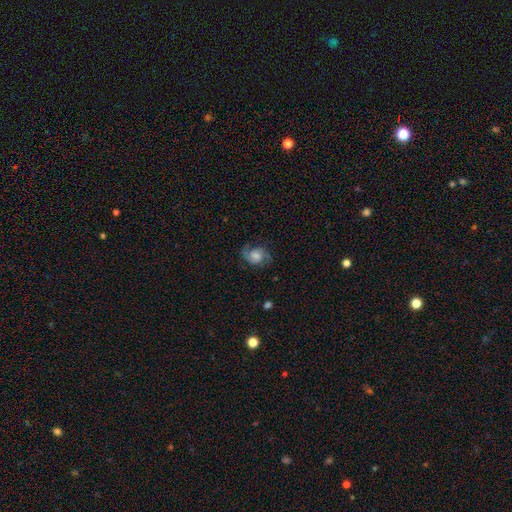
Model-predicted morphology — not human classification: smooth-or-featured: featured or disk: 66% | smooth: 24% | star or artifact: 10%
  disk-edge-on: no: 97% | yes: 3%
    bar: no: 59% | weak: 35% | strong: 6%
    has-spiral-arms: yes: 93% | no: 7%
      spiral-winding: medium: 50% | tight: 29% | loose: 21%
      spiral-arm-count: 2: 85% | can't tell: 7% | 1: 3% | 3: 3% | 4: 1% | more than 4: 1%
    bulge-size: moderate: 45% | small: 30% | large: 14% | none: 9% | dominant: 2%
  merging: none: 74% | minor disturbance: 17% | major disturbance: 8% | merger: 1%